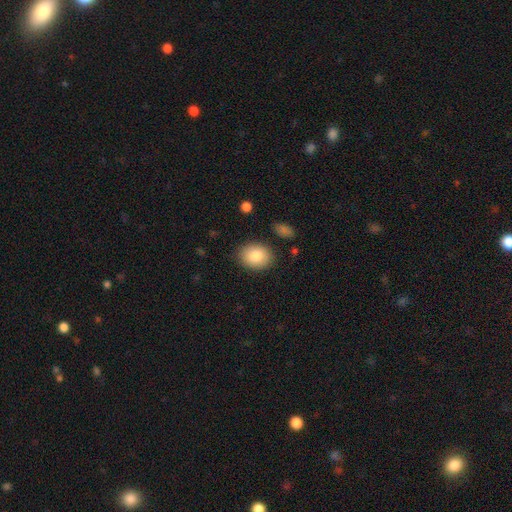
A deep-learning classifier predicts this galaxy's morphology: Q: Smooth or featured?
A: smooth (84%); runner-up: featured or disk (8%)
Q: How rounded?
A: in between (59%); runner-up: round (40%)
Q: Merging?
A: none (85%); runner-up: minor disturbance (10%)